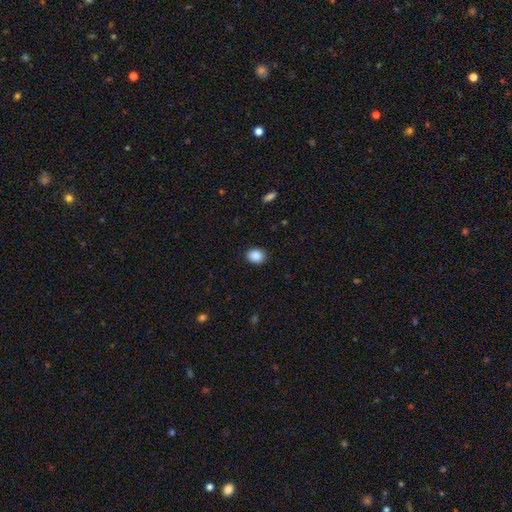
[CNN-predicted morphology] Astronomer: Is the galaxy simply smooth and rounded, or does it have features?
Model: smooth — 89%.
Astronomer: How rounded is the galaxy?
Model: round — 61% (runner-up: in between, 38%).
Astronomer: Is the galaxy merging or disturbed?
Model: none — 91%.